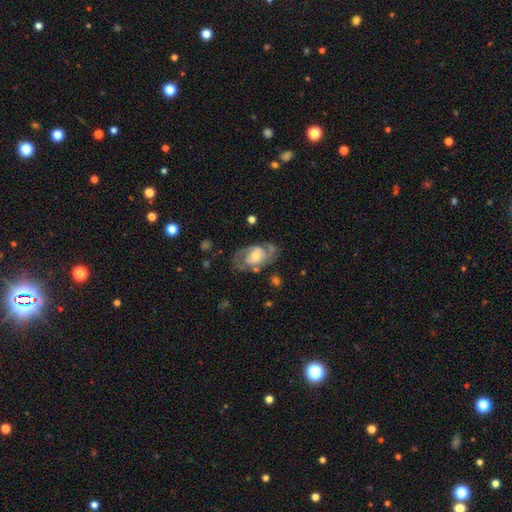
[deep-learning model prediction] Smooth or featured: featured or disk — 84% (smooth — 11%)
Edge-on disk: no — 96% (yes — 4%)
Bar: no — 63% (weak — 29%)
Spiral arms: yes — 93% (no — 7%)
Spiral winding: medium — 44% (tight — 43%)
Spiral arm count: 2 — 70% (can't tell — 12%)
Bulge size: moderate — 53% (small — 38%)
Merging: none — 66% (minor disturbance — 19%)